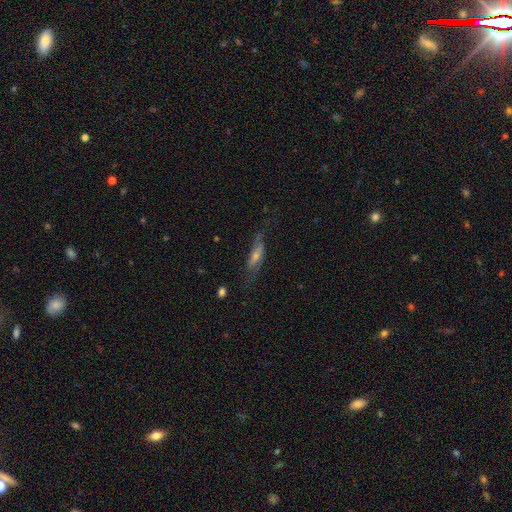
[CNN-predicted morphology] A featured or disk galaxy (56%) viewed edge-on (57%).

Vote fractions:
- Smooth or featured? featured or disk: 56% / smooth: 32% / star or artifact: 12%
- Edge-on disk? yes: 57% / no: 43%
- Merging? none: 61% / minor disturbance: 23% / major disturbance: 14% / merger: 2%